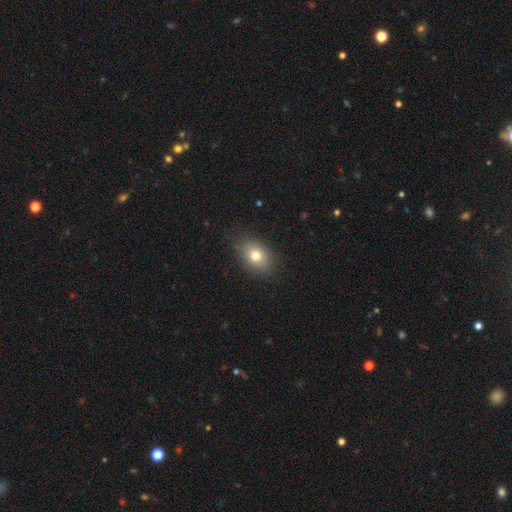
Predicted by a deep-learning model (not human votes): Morphology: type=smooth (76%); roundness=in between (71%); merging=none (82%).